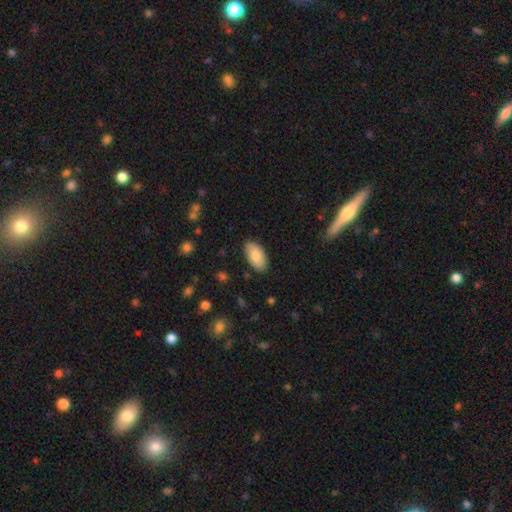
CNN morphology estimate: Q: Smooth or featured?
A: smooth (84%); runner-up: featured or disk (10%)
Q: How rounded?
A: in between (95%); runner-up: cigar-shaped (3%)
Q: Merging?
A: none (85%); runner-up: minor disturbance (11%)